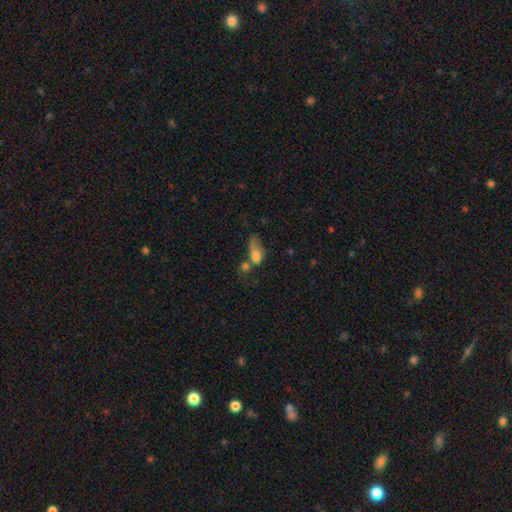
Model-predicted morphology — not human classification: Smooth or featured? Predicted: smooth (p=0.71). How rounded? Predicted: in between (p=0.77). Merging? Predicted: merger (p=0.33).